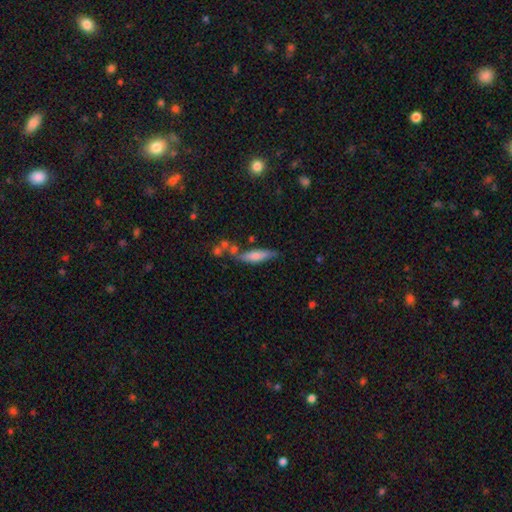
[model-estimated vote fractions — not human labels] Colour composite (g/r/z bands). It shows a smooth galaxy with no disk features (67%) that is cigar-shaped (70%). Merging: none (61%).